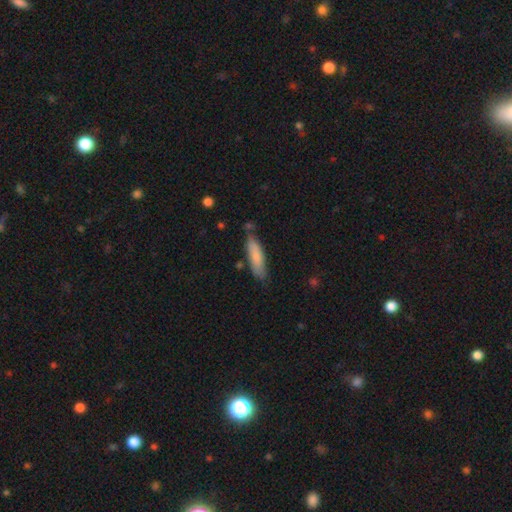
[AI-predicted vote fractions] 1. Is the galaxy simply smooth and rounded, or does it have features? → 80% smooth, 15% featured or disk, 6% star or artifact.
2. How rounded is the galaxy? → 66% cigar-shaped, 32% in between, 1% round.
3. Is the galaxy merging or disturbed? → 72% none, 20% minor disturbance, 5% merger, 4% major disturbance.